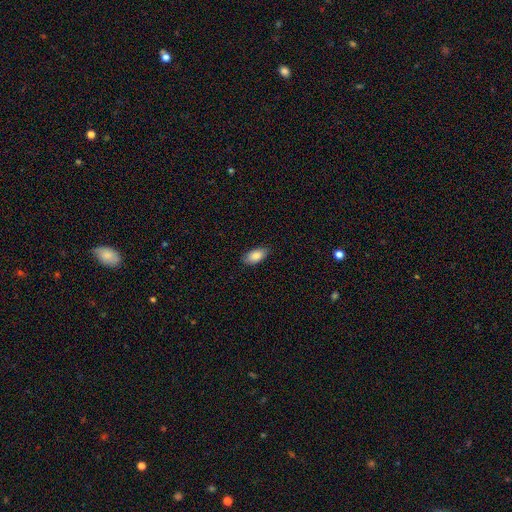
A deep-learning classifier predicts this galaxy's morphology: This appears to be a smooth galaxy with no disk features (85%) that is in between round and cigar-shaped (93%). Merging: none (83%).